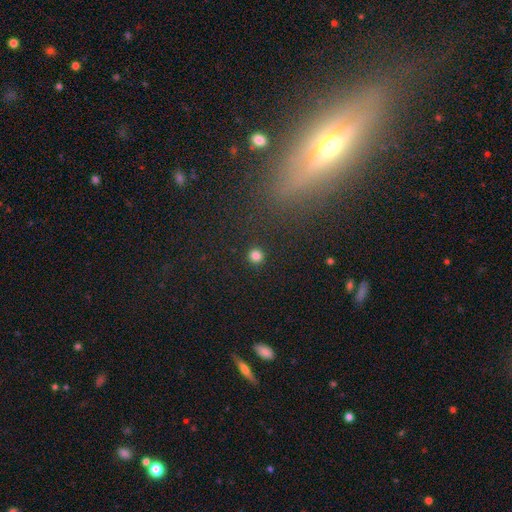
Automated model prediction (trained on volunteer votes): This is clearly a smooth galaxy (83%). How rounded: clearly round (94%). Merging: clearly none (92%).